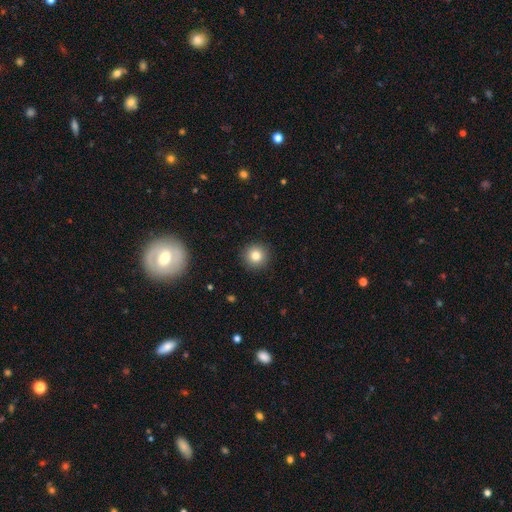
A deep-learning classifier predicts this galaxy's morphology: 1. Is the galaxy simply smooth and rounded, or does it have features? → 82% smooth, 11% star or artifact, 8% featured or disk.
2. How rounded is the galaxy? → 95% round, 5% in between, 1% cigar-shaped.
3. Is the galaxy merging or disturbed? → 92% none, 5% minor disturbance, 2% major disturbance, 1% merger.